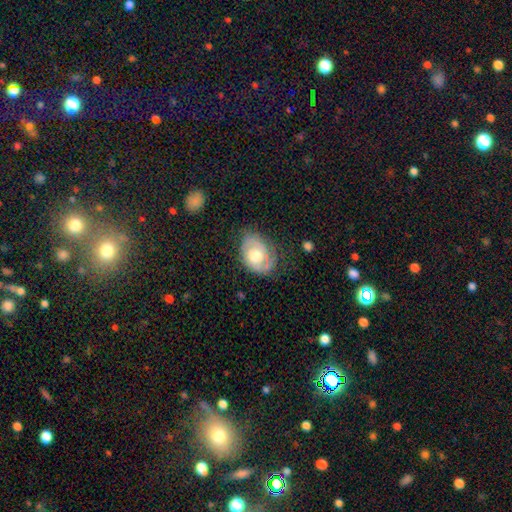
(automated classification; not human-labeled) A featured or disk galaxy (59%) with no bar (79%), spiral arms (73%) and a moderate central bulge (69%). Merging: none (65%).